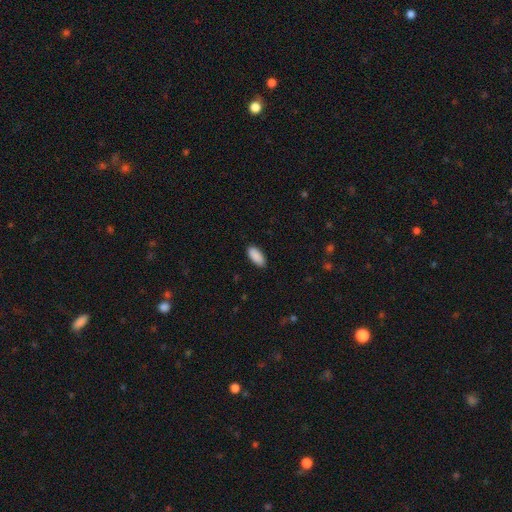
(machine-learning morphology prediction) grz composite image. It shows a smooth galaxy with no disk features (91%) that is in between round and cigar-shaped (89%). Merging: none (88%).